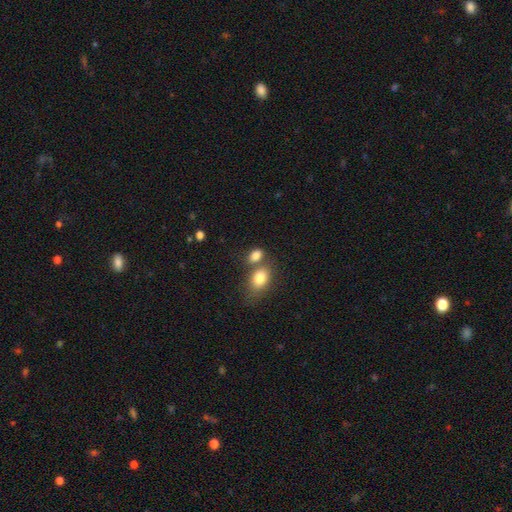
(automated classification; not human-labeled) Smooth or featured?
  - smooth: 82% *
  - star or artifact: 9%
  - featured or disk: 8%
How rounded?
  - in between: 81% *
  - round: 17%
  - cigar-shaped: 2%
Merging?
  - merger: 42% * (tied)
  - none: 42% * (tied)
  - minor disturbance: 12%
  - major disturbance: 5%